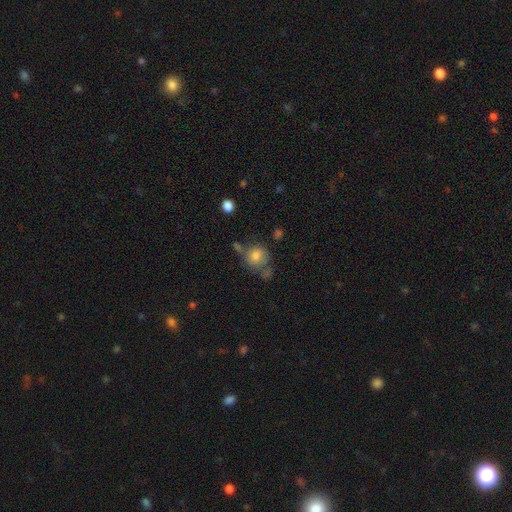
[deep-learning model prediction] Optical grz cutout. It shows a smooth galaxy with no disk features (78%) that is round (76%). Merging: none (55%).